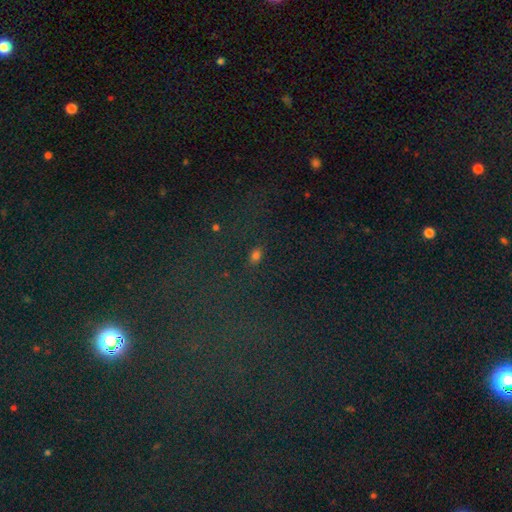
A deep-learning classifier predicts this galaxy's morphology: type=smooth (56%); roundness=in between (79%); merging=none (78%).